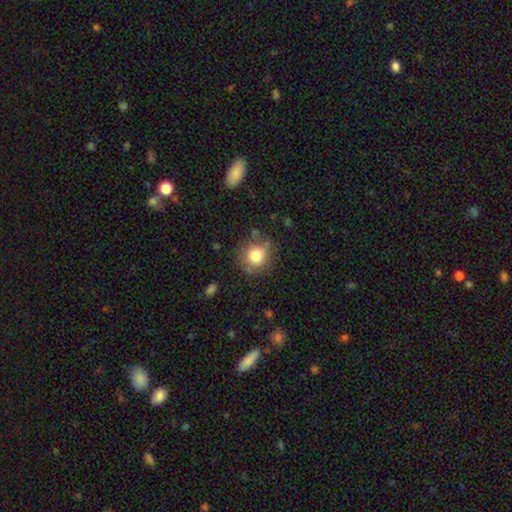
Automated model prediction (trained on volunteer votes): Q: Smooth or featured?
A: smooth (80%); runner-up: star or artifact (10%)
Q: How rounded?
A: round (86%); runner-up: in between (13%)
Q: Merging?
A: none (76%); runner-up: minor disturbance (16%)